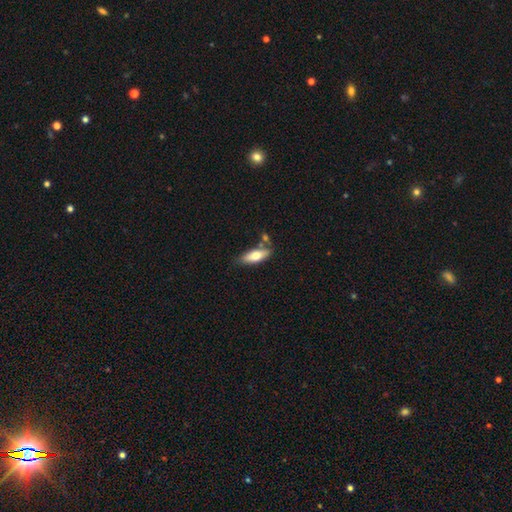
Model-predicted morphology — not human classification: The model was most divided on "how rounded": in between: 66%, cigar-shaped: 31%, round: 2%. More confident: smooth or featured — smooth (68%); merging — none (64%).